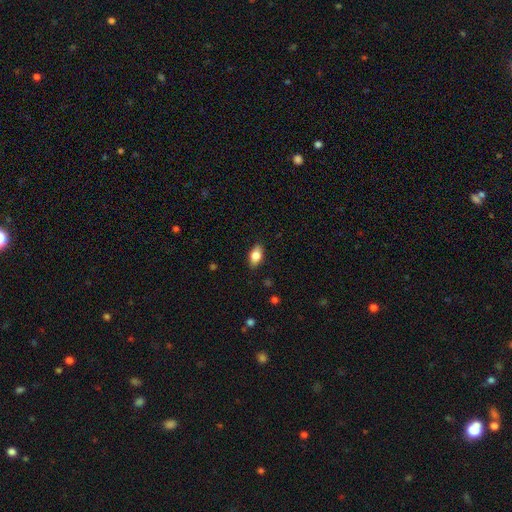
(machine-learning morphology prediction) type=smooth (79%); roundness=in between (88%); merging=none (87%).